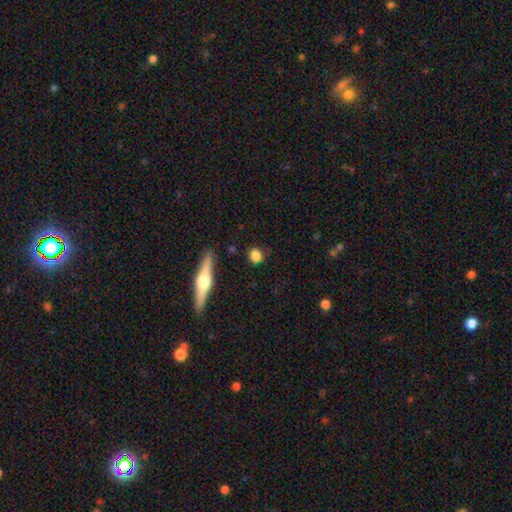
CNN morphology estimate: type=smooth (81%); roundness=round (76%); merging=none (83%).